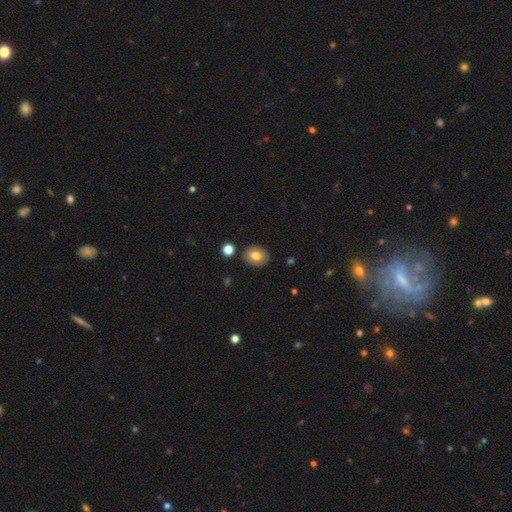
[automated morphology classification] smooth 78%, featured or disk 13%, star or artifact 9%. Down the decision tree: how rounded — round (50%); merging — none (85%).